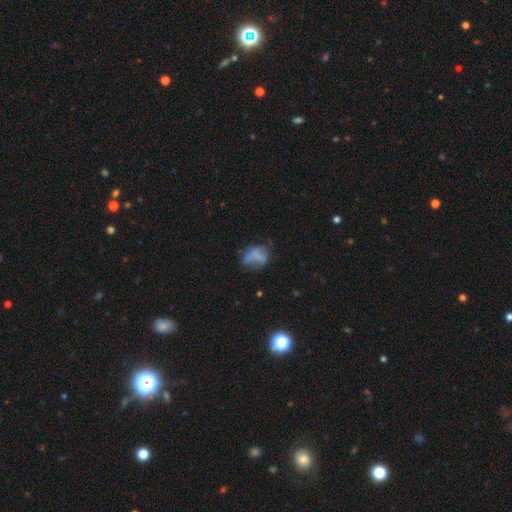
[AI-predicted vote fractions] smooth 57%, featured or disk 30%, star or artifact 13%. Down the decision tree: how rounded — in between (69%); merging — none (37%).